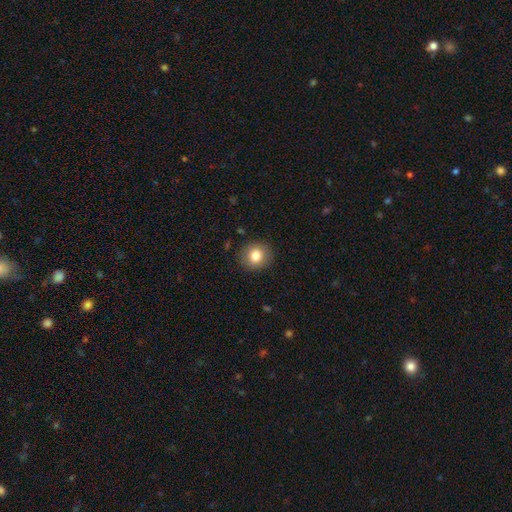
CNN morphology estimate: A smooth galaxy with no disk features (82%) that is round (84%). Merging: none (88%).